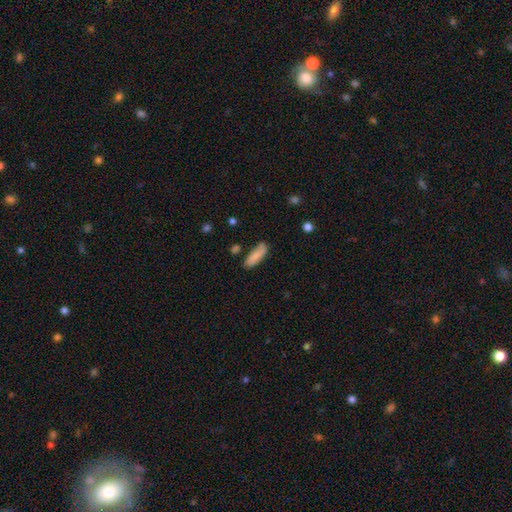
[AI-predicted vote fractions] The model was most divided on "how rounded": in between: 51%, cigar-shaped: 47%, round: 2%. More confident: smooth or featured — smooth (85%); merging — none (70%).